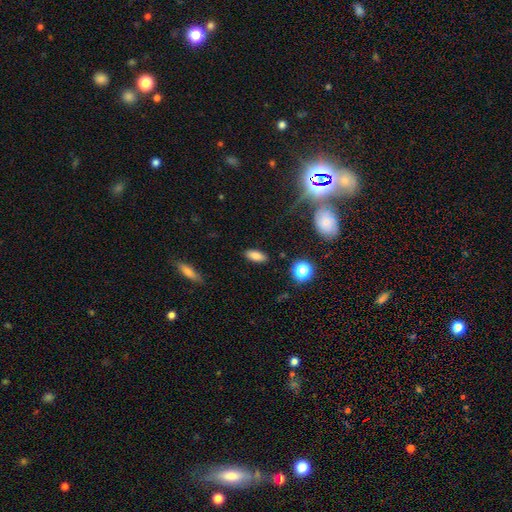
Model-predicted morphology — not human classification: Overall: smooth (81%). How rounded: in between (81%). Merging: none (87%).